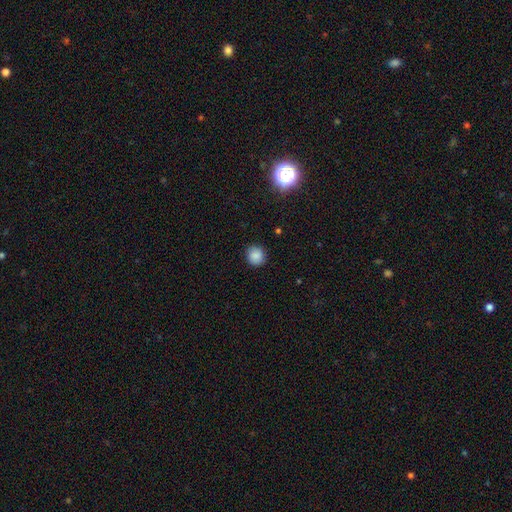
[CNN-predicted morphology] Q: Smooth or featured?
A: smooth (85%); runner-up: star or artifact (11%)
Q: How rounded?
A: round (89%); runner-up: in between (10%)
Q: Merging?
A: none (89%); runner-up: minor disturbance (8%)